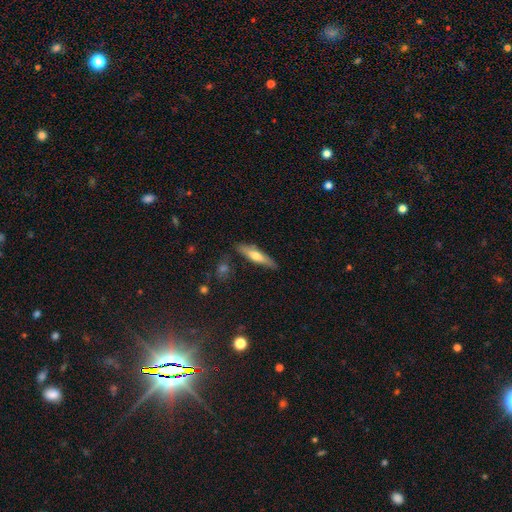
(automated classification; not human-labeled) Overall: smooth (57%; featured or disk 37%). How rounded: cigar-shaped (77%). Merging: none (82%).